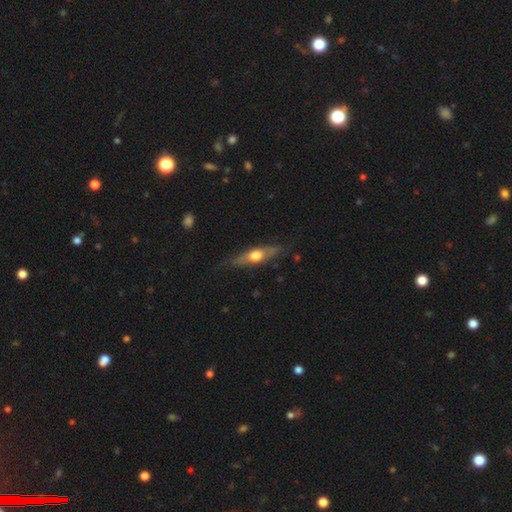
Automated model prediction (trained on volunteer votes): Smooth or featured: featured or disk — 54% (smooth — 40%)
Edge-on disk: yes — 84% (no — 16%)
Merging: none — 79% (minor disturbance — 16%)